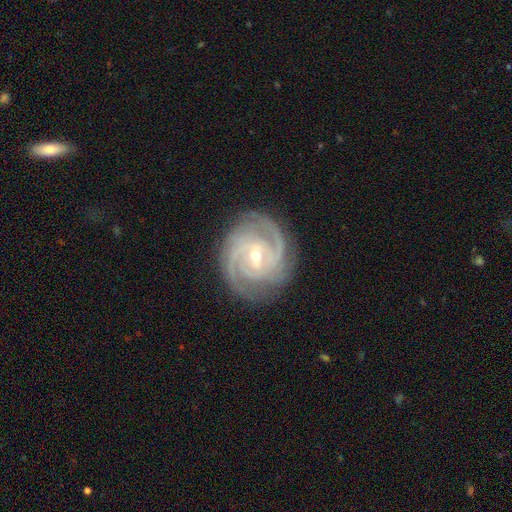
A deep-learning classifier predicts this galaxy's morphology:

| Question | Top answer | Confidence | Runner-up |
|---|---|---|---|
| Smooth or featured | featured or disk | 91% | star or artifact (5%) |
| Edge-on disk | no | 97% | yes (3%) |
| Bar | weak | 50% | no (25%) |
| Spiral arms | yes | 98% | no (2%) |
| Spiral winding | tight | 72% | medium (25%) |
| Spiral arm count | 3 | 38% | 2 (24%) |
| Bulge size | small | 54% | moderate (43%) |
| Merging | none | 82% | minor disturbance (13%) |